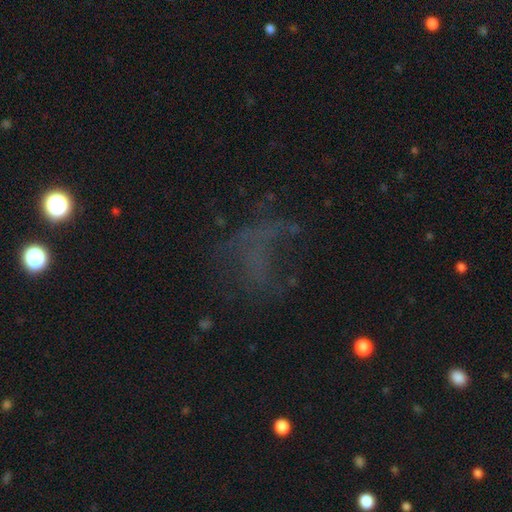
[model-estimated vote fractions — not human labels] The model was most divided on "smooth or featured": star or artifact: 39%, featured or disk: 35%, smooth: 26%.